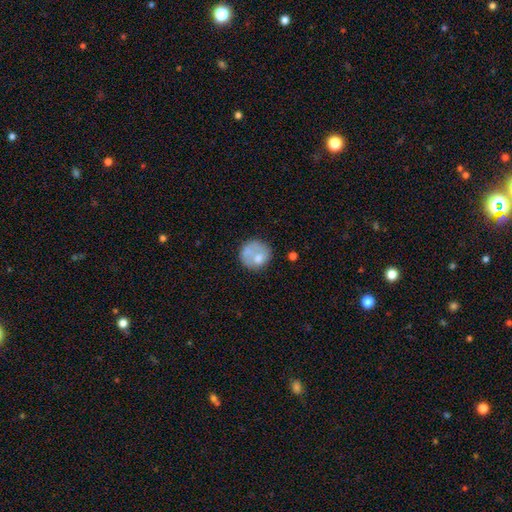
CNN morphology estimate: Q: Smooth or featured?
A: smooth (63%); runner-up: featured or disk (29%)
Q: How rounded?
A: round (86%); runner-up: in between (13%)
Q: Merging?
A: none (54%); runner-up: minor disturbance (21%)